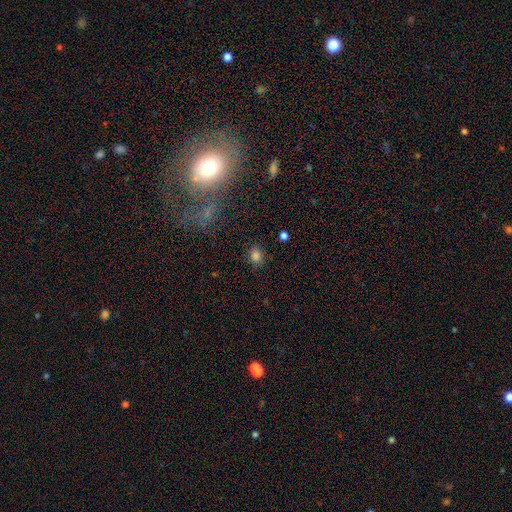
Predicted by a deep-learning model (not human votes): smooth 80%, star or artifact 14%, featured or disk 6%. Down the decision tree: how rounded — round (62%); merging — none (83%).